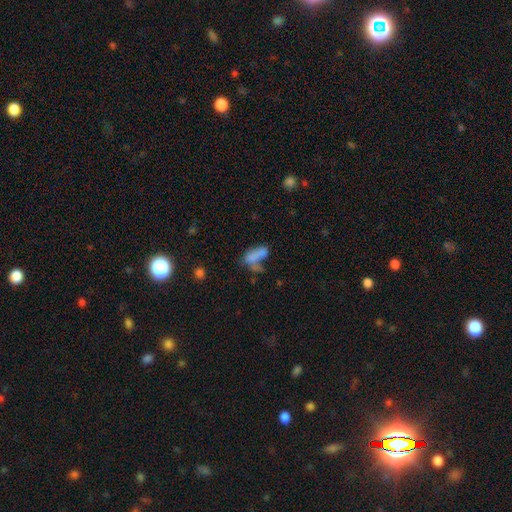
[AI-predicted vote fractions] smooth 66%, featured or disk 21%, star or artifact 13%. Down the decision tree: how rounded — in between (78%); merging — merger (31%).